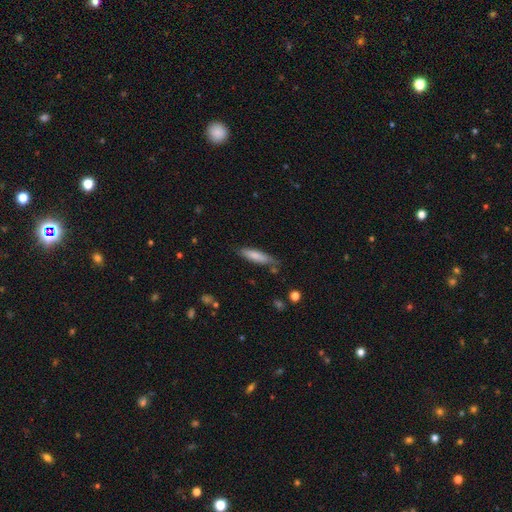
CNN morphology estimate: Smooth or featured? smooth (77%)
How rounded? cigar-shaped (74%)
Merging? none (75%)